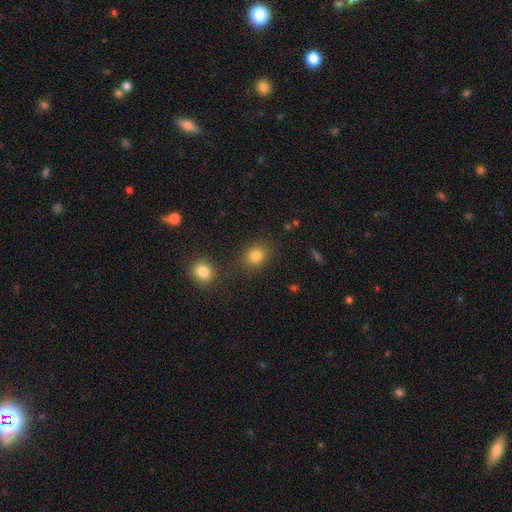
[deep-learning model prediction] The model was most divided on "how rounded": round: 59%, in between: 40%, cigar-shaped: 1%. More confident: smooth or featured — smooth (82%); merging — none (81%).